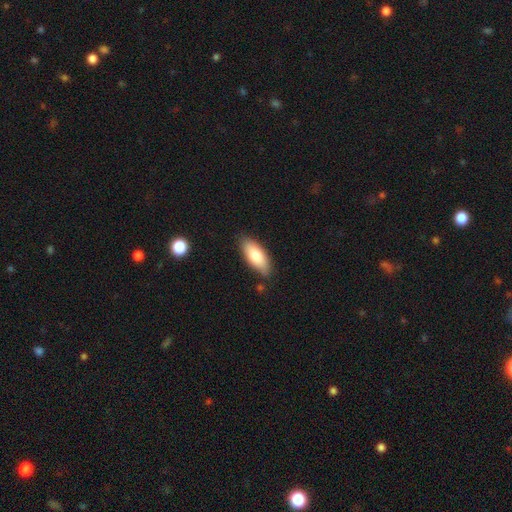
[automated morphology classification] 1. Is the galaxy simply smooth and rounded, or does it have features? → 78% smooth, 15% featured or disk, 6% star or artifact.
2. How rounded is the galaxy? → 81% in between, 17% cigar-shaped, 2% round.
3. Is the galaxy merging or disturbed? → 81% none, 14% minor disturbance, 3% merger, 3% major disturbance.